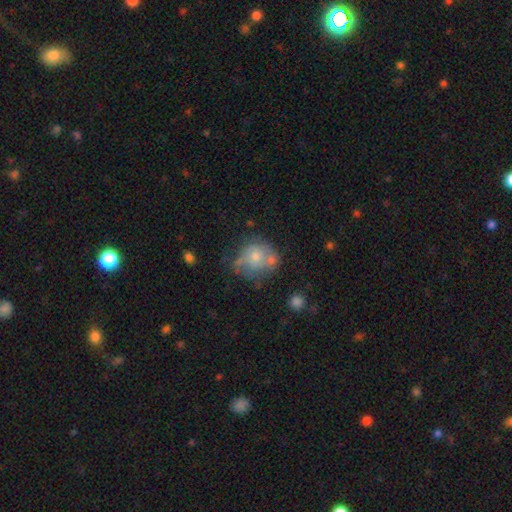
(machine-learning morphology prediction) smooth_or_featured: smooth (p=0.45) [alt: featured or disk p=0.40]
merging: none (p=0.50) [alt: minor disturbance p=0.25]